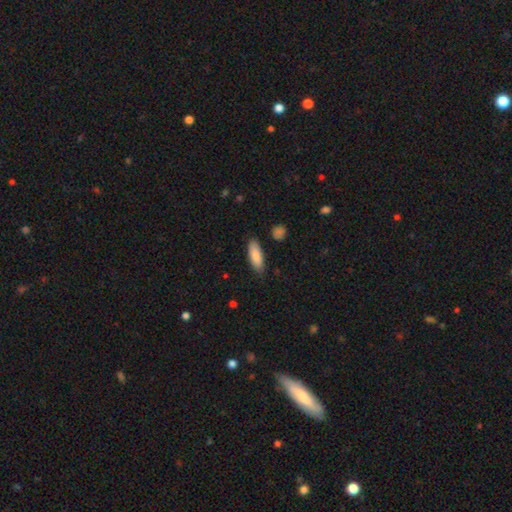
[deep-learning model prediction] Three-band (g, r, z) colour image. It shows a smooth galaxy with no disk features (85%) that is in between round and cigar-shaped (60%). Merging: none (85%).